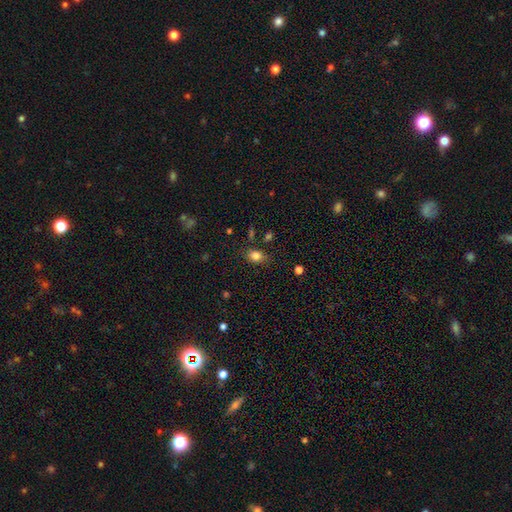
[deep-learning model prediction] This is clearly a smooth galaxy (82%). How rounded: likely in between (68%). Merging: likely none (80%).